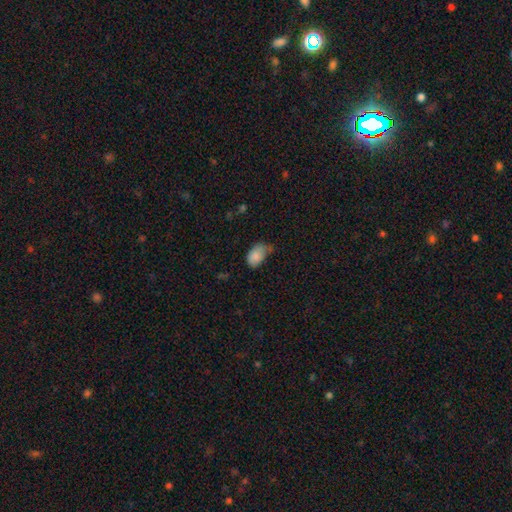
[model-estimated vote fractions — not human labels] This appears to be a smooth galaxy with no disk features (85%) that is in between round and cigar-shaped (86%). Merging: minor disturbance (42%).